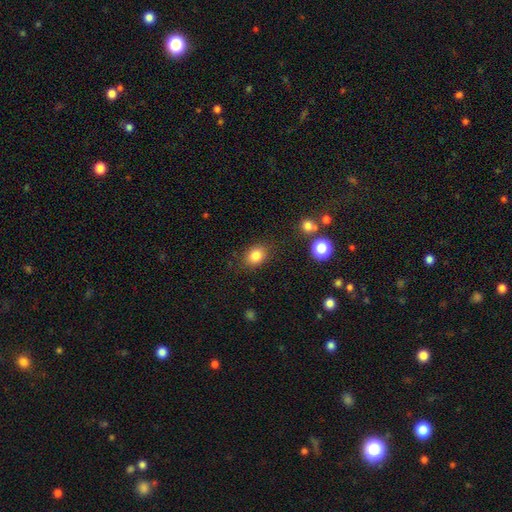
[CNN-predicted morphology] Q: Smooth or featured?
A: smooth (83%); runner-up: star or artifact (11%)
Q: How rounded?
A: in between (55%); runner-up: round (44%)
Q: Merging?
A: none (82%); runner-up: minor disturbance (12%)